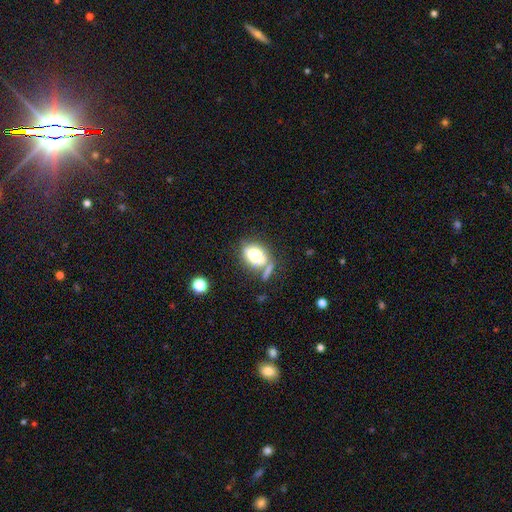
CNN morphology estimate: Smooth or featured?
  - smooth: 74% *
  - featured or disk: 16%
  - star or artifact: 10%
How rounded?
  - in between: 82% *
  - round: 15%
  - cigar-shaped: 3%
Merging?
  - none: 53% *
  - minor disturbance: 19%
  - merger: 18%
  - major disturbance: 10%